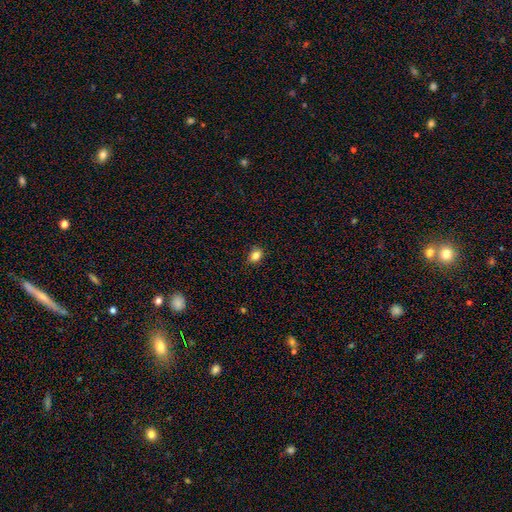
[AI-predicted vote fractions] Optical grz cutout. It shows a smooth galaxy with no disk features (84%) that is in between round and cigar-shaped (65%). Merging: none (85%).